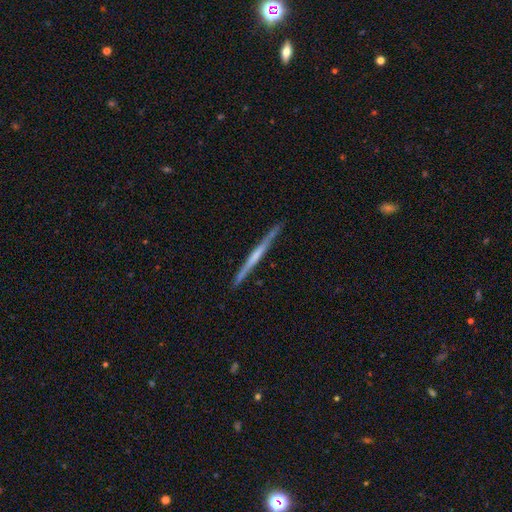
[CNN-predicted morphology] Smooth or featured? featured or disk (73%)
Edge-on disk? yes (98%)
Edge-on bulge? none (49%)
Merging? none (91%)